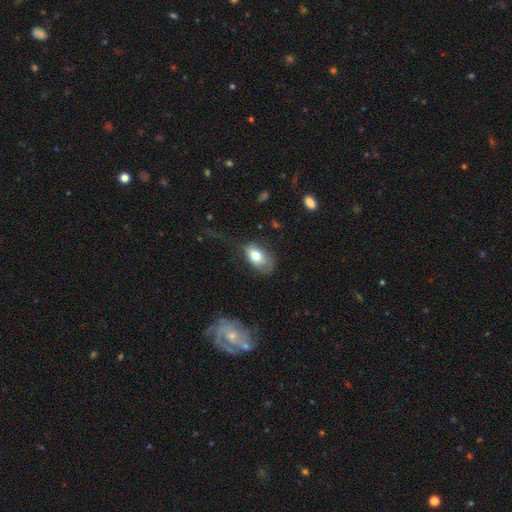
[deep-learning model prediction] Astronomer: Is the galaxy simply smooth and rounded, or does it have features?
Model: smooth — 74%.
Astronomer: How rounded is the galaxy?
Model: in between — 91%.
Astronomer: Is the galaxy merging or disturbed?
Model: none — 46% (runner-up: minor disturbance, 29%).